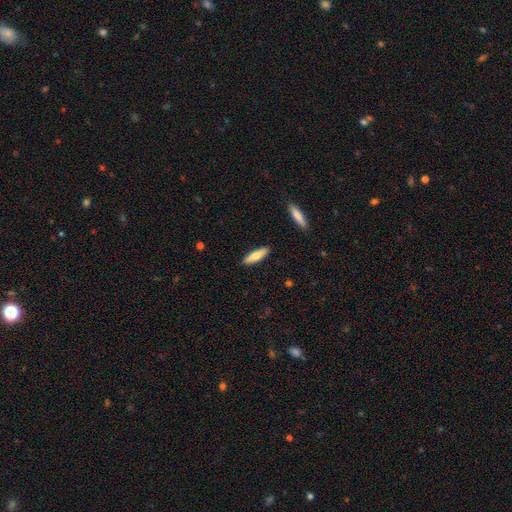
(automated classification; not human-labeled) Smooth or featured: smooth — 67% (featured or disk — 27%)
How rounded: cigar-shaped — 64% (in between — 34%)
Merging: none — 89% (minor disturbance — 8%)